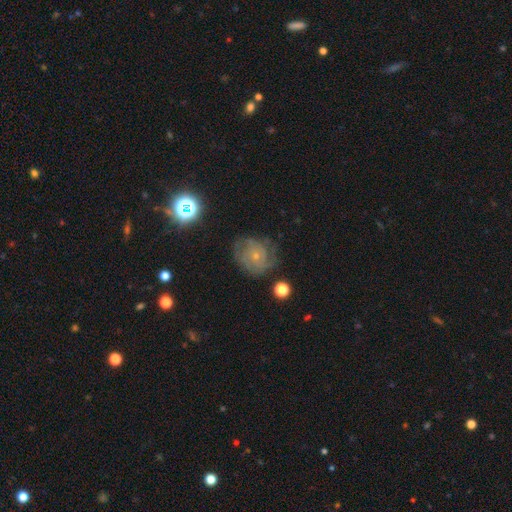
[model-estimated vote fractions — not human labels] Overall: featured or disk (71%). Edge-on disk: no (98%). Bar: no (81%). Spiral arms: yes (88%). Spiral arm count: can't tell (41%; 3 19%). Spiral winding: tight (58%; medium 32%). Bulge size: small (80%). Merging: none (65%).